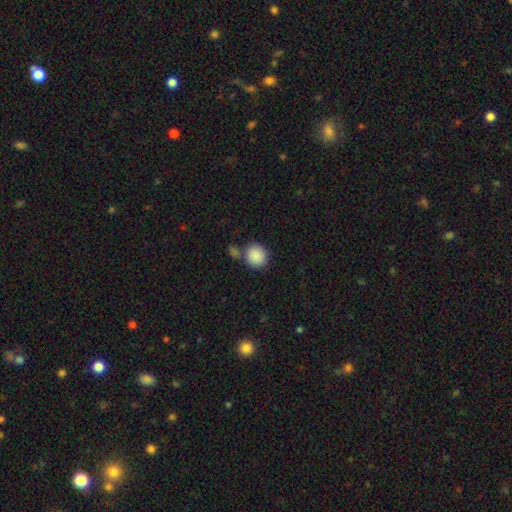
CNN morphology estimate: This appears to be a smooth galaxy with no disk features (89%) that is round (85%). Merging: none (66%).